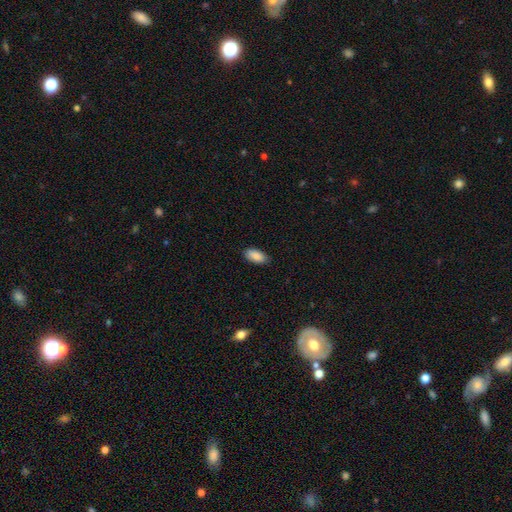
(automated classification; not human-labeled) A smooth galaxy with no disk features (90%) that is in between round and cigar-shaped (93%). Merging: none (87%).